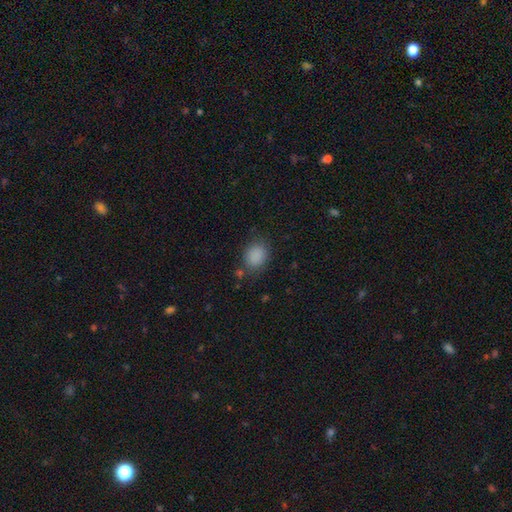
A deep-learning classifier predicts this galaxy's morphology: Smooth or featured: smooth — 87% (star or artifact — 10%)
How rounded: round — 54% (in between — 45%)
Merging: none — 77% (minor disturbance — 15%)